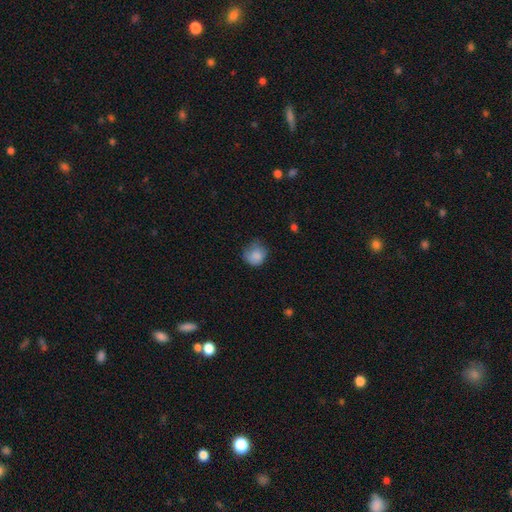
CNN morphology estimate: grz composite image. It shows a smooth galaxy with no disk features (84%) that is round (81%). Merging: none (56%).